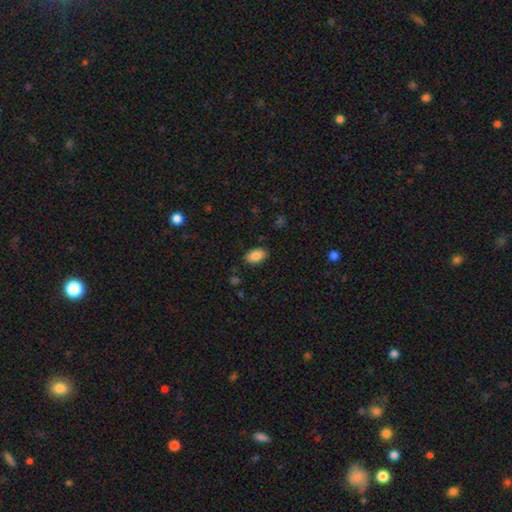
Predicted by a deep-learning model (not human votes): smooth-or-featured: smooth: 87% | star or artifact: 8% | featured or disk: 6%
  how-rounded: in between: 93% | round: 5% | cigar-shaped: 2%
  merging: none: 86% | minor disturbance: 10% | major disturbance: 2% | merger: 1%